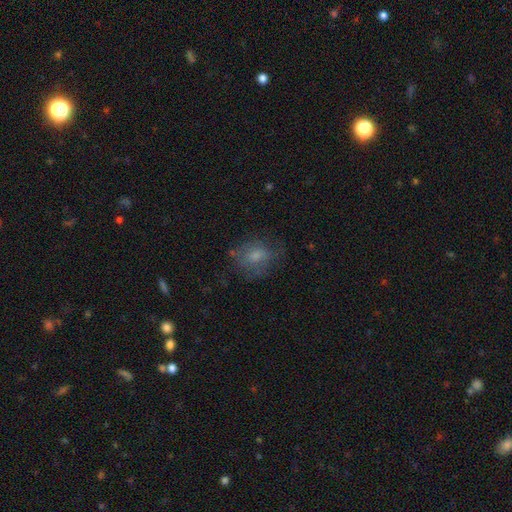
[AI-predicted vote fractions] smooth 64%, featured or disk 24%, star or artifact 11%. Down the decision tree: how rounded — in between (50%); merging — none (58%).